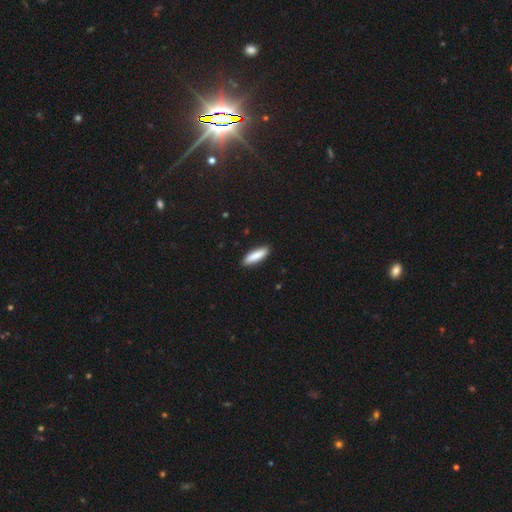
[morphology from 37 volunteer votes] Overall: smooth (78%). How rounded: cigar-shaped (72%). Merging: none (82%).